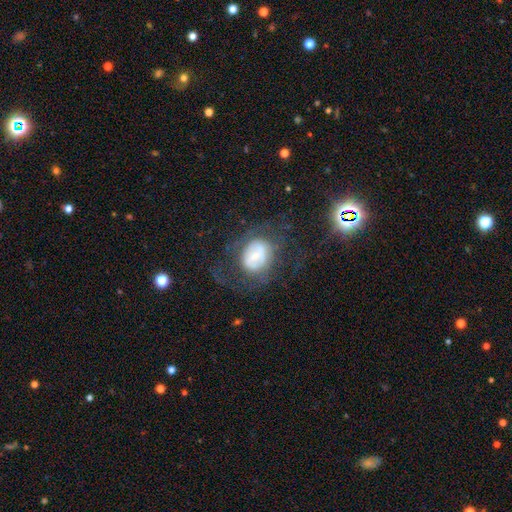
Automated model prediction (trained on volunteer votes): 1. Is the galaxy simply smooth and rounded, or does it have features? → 52% featured or disk, 38% smooth, 10% star or artifact.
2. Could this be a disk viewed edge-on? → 95% no, 5% yes.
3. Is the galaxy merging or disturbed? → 52% none, 28% major disturbance, 18% minor disturbance, 2% merger.